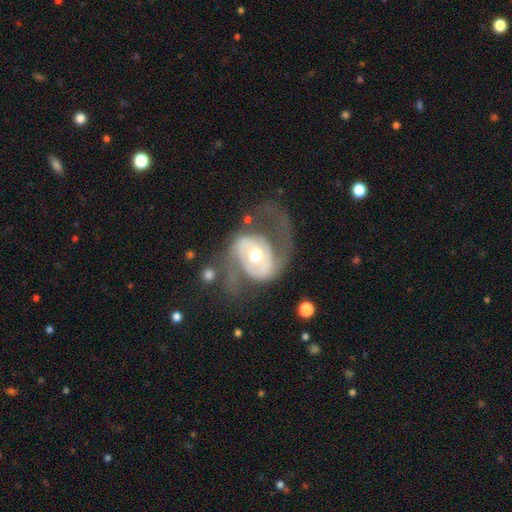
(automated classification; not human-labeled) Smooth or featured? featured or disk (83%)
Edge-on disk? no (97%)
Bar? no (55%)
Spiral arms? yes (86%)
Spiral winding? medium (46%)
Spiral arm count? 2 (79%)
Bulge size? moderate (72%)
Merging? none (43%)